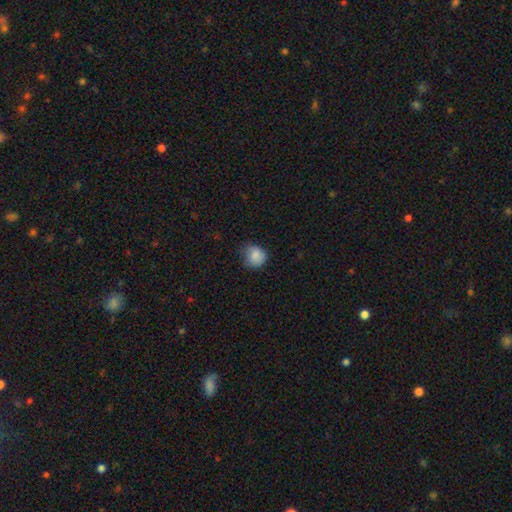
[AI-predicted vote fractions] Smooth or featured? smooth (85%)
How rounded? round (81%)
Merging? none (65%)